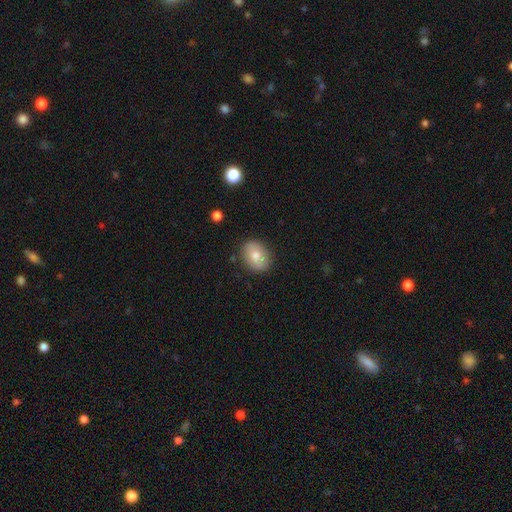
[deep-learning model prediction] This is likely a smooth galaxy (76%). How rounded: likely in between (66%). Merging: clearly none (85%).